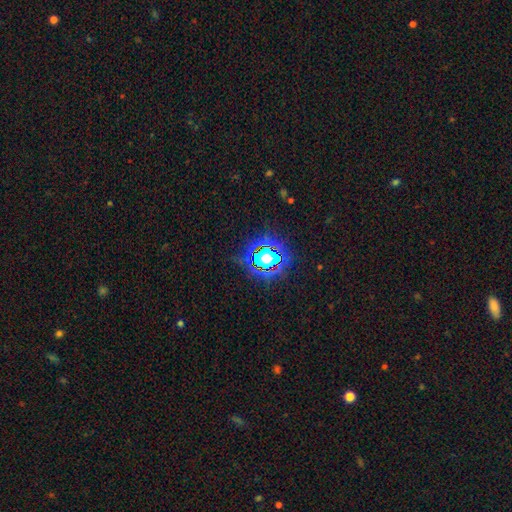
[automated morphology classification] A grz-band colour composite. It shows a star or artifact, not a galaxy (81%).